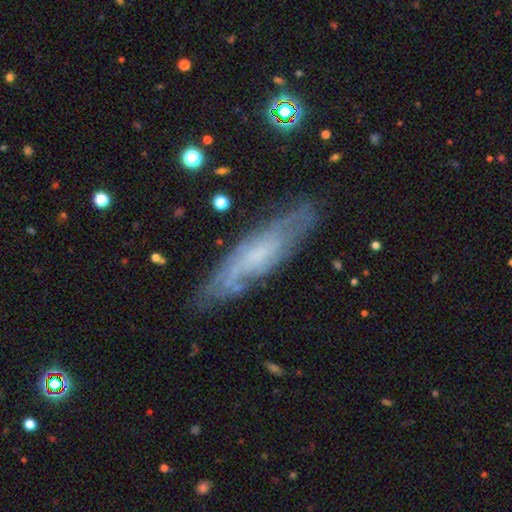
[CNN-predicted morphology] A featured or disk galaxy (63%).

Vote fractions:
- Smooth or featured? featured or disk: 63% / smooth: 29% / star or artifact: 8%
- Edge-on disk? no: 54% / yes: 46%
- Merging? none: 78% / minor disturbance: 16% / major disturbance: 4% / merger: 2%